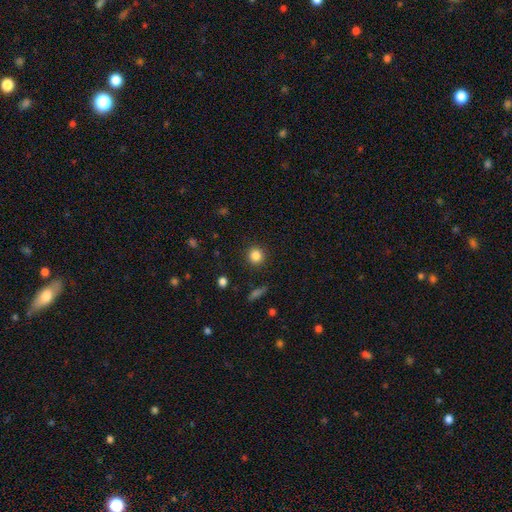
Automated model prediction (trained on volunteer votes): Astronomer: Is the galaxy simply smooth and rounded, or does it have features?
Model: smooth — 84%.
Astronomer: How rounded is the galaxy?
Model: round — 92%.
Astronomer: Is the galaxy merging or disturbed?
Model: none — 91%.